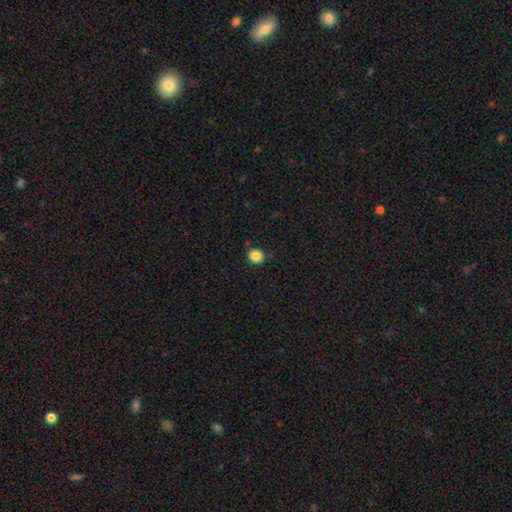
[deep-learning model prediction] Smooth or featured? Predicted: smooth (p=0.86). How rounded? Predicted: round (p=0.88). Merging? Predicted: none (p=0.88).